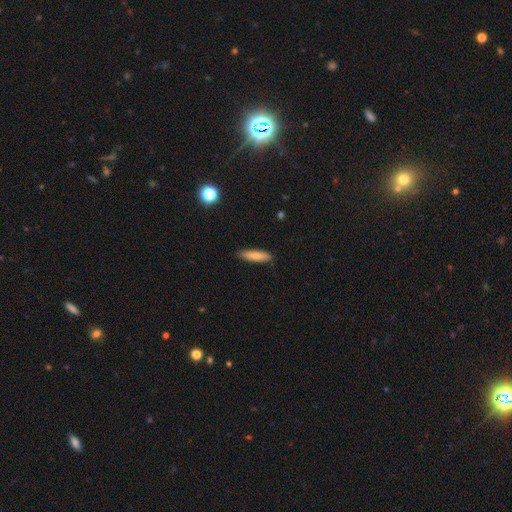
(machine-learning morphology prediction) smooth 78%, featured or disk 15%, star or artifact 7%. Down the decision tree: how rounded — cigar-shaped (74%); merging — none (87%).